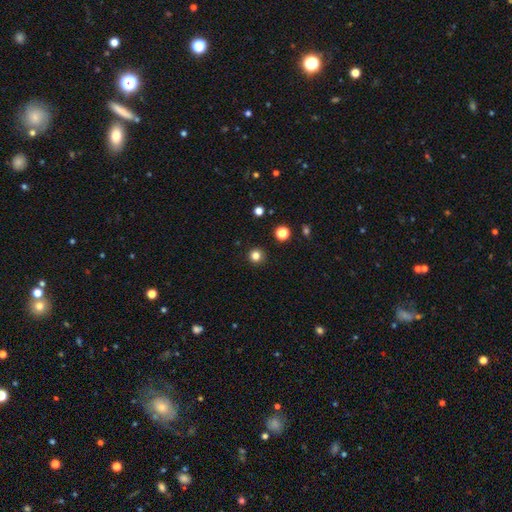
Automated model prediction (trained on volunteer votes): Smooth or featured: smooth — 82% (star or artifact — 14%)
How rounded: round — 95% (in between — 4%)
Merging: none — 93% (minor disturbance — 4%)